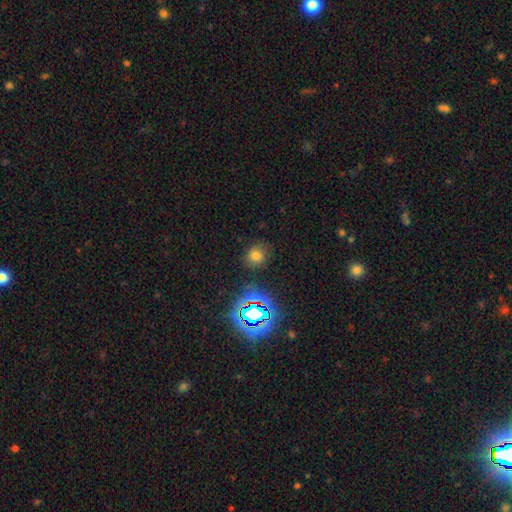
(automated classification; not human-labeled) A smooth galaxy with no disk features (69%) that is round (78%). Merging: none (82%).